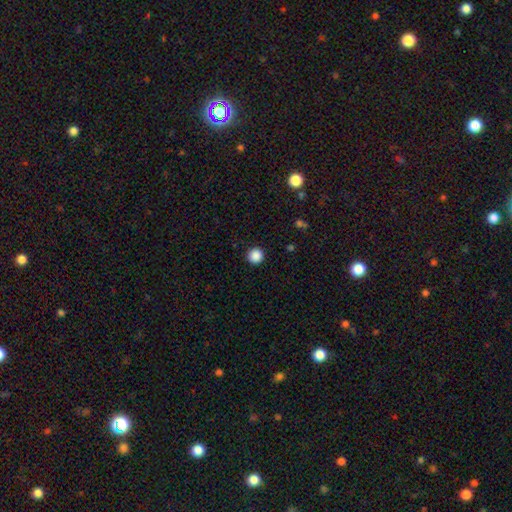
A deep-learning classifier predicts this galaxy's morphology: Smooth or featured?
  - smooth: 88% *
  - star or artifact: 10%
  - featured or disk: 2%
How rounded?
  - round: 95% *
  - in between: 4%
  - cigar-shaped: 1%
Merging?
  - none: 93% *
  - minor disturbance: 5%
  - major disturbance: 2%
  - merger: 1%